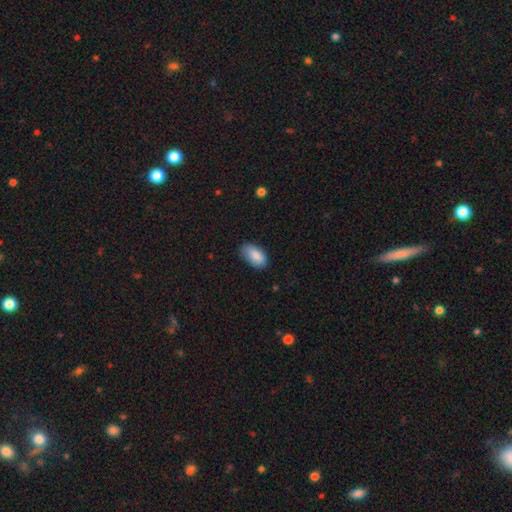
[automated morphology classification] Q: Smooth or featured?
A: smooth (87%); runner-up: star or artifact (7%)
Q: How rounded?
A: in between (94%); runner-up: round (4%)
Q: Merging?
A: none (75%); runner-up: minor disturbance (20%)